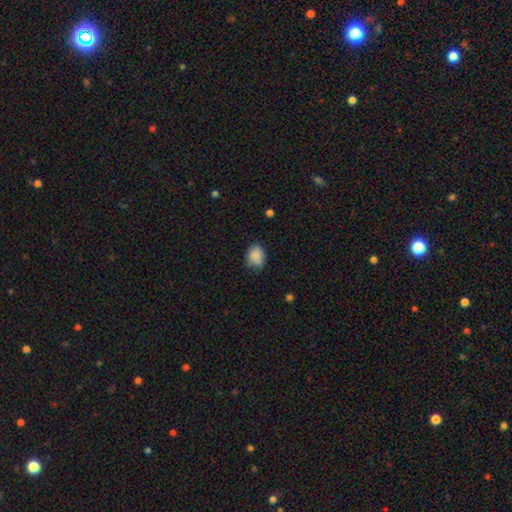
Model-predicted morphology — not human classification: Q: Smooth or featured?
A: smooth (86%); runner-up: star or artifact (8%)
Q: How rounded?
A: in between (65%); runner-up: round (34%)
Q: Merging?
A: none (65%); runner-up: minor disturbance (28%)